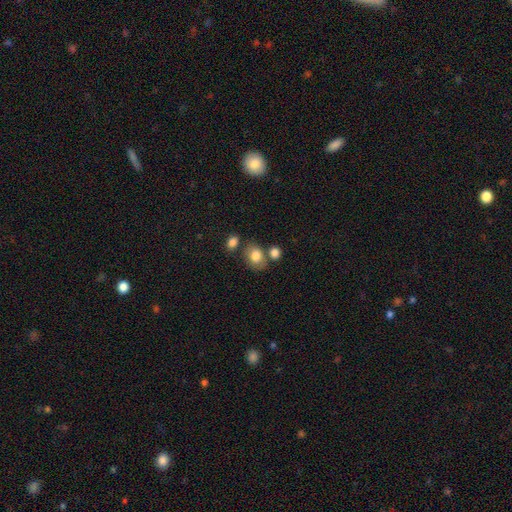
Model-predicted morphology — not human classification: A smooth galaxy with no disk features (79%) that is in between round and cigar-shaped (65%).

Vote fractions:
- Smooth or featured? smooth: 79% / featured or disk: 12% / star or artifact: 9%
- How rounded? in between: 65% / round: 34% / cigar-shaped: 1%
- Merging? none: 56% / merger: 19% / minor disturbance: 18% / major disturbance: 7%